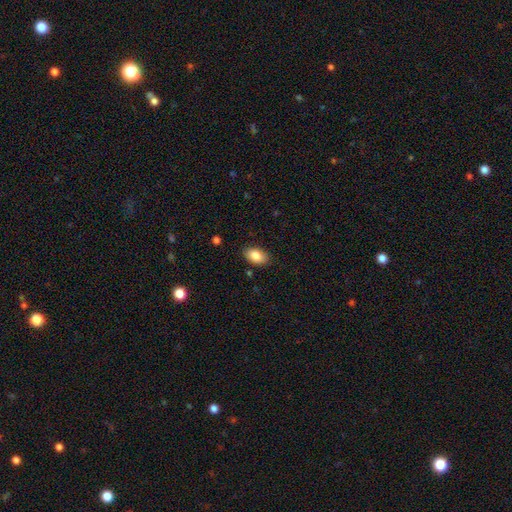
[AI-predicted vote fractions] Morphology: type=smooth (86%); roundness=in between (90%); merging=none (86%).